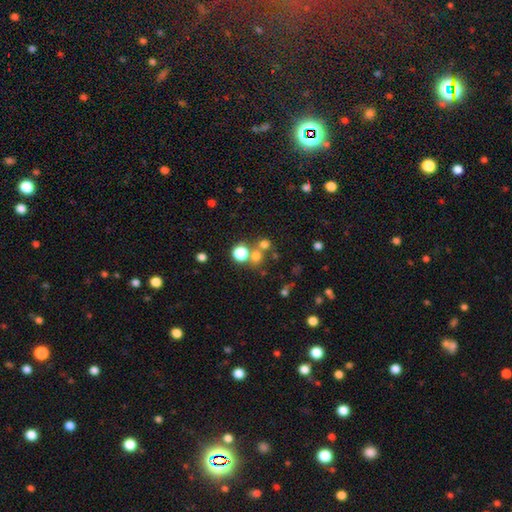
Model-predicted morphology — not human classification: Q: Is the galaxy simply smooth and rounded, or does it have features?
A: smooth — 63%.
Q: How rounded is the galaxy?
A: round — 87%.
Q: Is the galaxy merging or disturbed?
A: none — 60%.